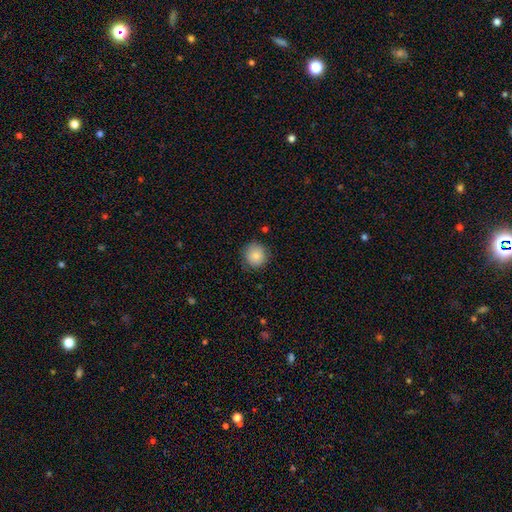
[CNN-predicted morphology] A smooth galaxy with no disk features (85%) that is round (91%). Merging: none (85%).